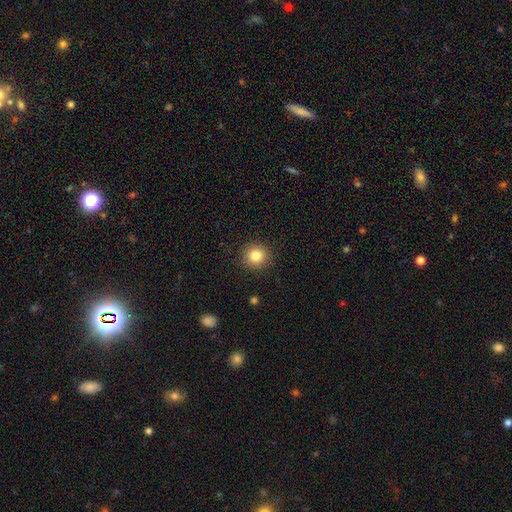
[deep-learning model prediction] smooth_or_featured: smooth (p=0.83) [alt: star or artifact p=0.10]
how_rounded: round (p=0.91) [alt: in between p=0.08]
merging: none (p=0.90) [alt: minor disturbance p=0.06]